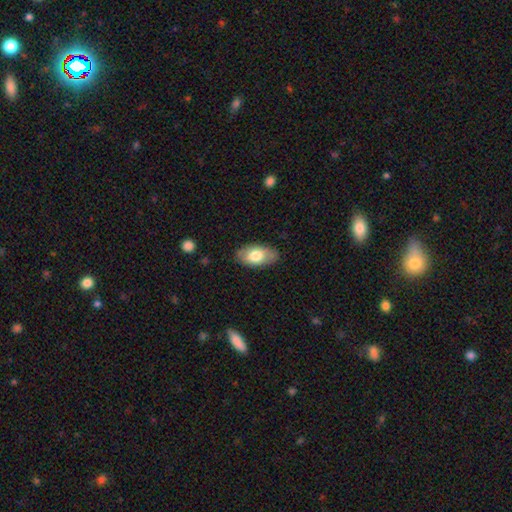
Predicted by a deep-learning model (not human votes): A smooth galaxy with no disk features (72%) that is in between round and cigar-shaped (93%).

Vote fractions:
- Smooth or featured? smooth: 72% / featured or disk: 22% / star or artifact: 6%
- How rounded? in between: 93% / round: 4% / cigar-shaped: 3%
- Merging? none: 83% / minor disturbance: 13% / major disturbance: 3% / merger: 1%